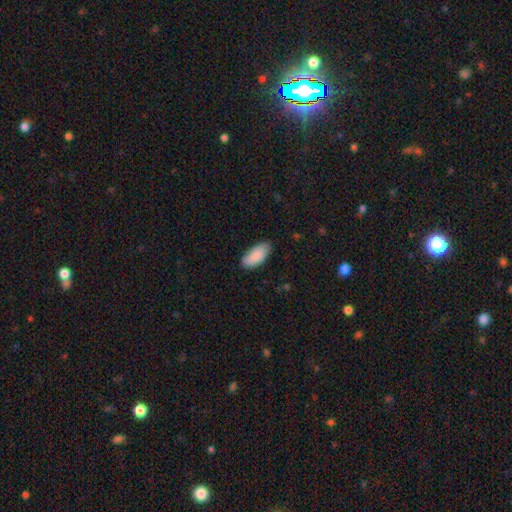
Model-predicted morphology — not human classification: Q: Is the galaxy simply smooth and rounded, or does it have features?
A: smooth — 88%.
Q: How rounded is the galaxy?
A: in between — 92%.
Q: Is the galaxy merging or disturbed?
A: none — 77%.